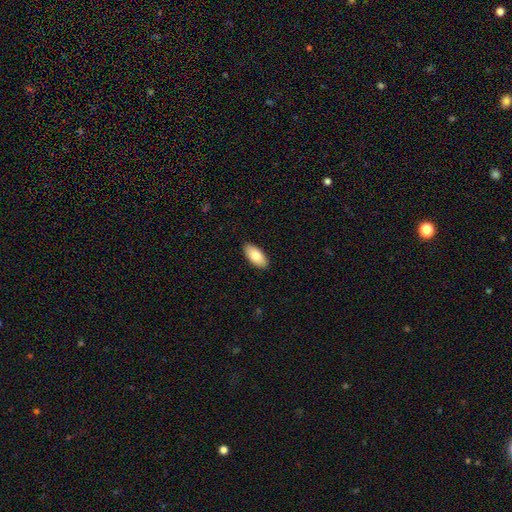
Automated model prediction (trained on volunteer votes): Smooth or featured? smooth (80%)
How rounded? in between (92%)
Merging? none (90%)